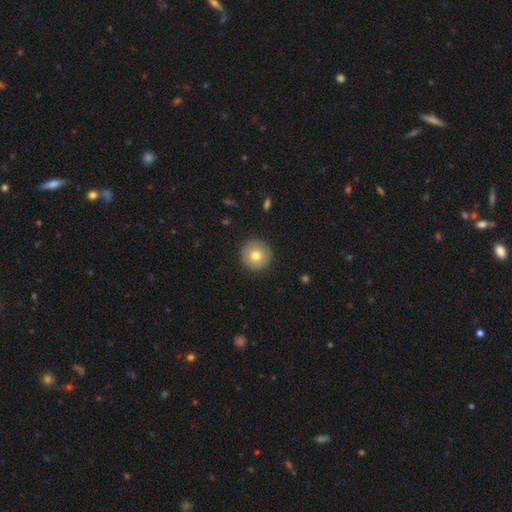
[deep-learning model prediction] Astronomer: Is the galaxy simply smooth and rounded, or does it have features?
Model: smooth — 75%.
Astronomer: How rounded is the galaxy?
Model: round — 96%.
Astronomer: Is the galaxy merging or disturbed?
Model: none — 92%.